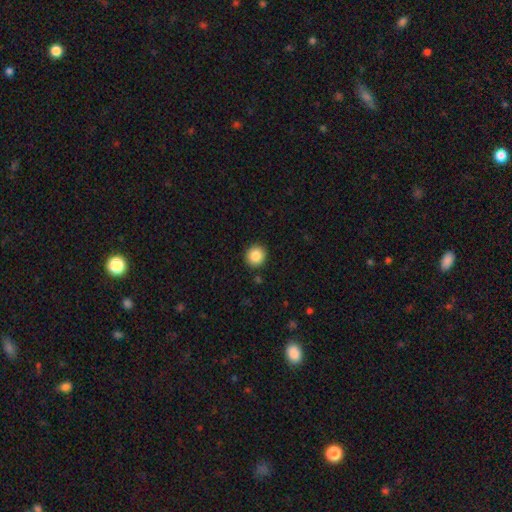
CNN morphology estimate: A smooth galaxy with no disk features (86%) that is round (90%).

Vote fractions:
- Smooth or featured? smooth: 86% / star or artifact: 9% / featured or disk: 5%
- How rounded? round: 90% / in between: 9% / cigar-shaped: 1%
- Merging? none: 91% / minor disturbance: 6% / major disturbance: 2% / merger: 1%